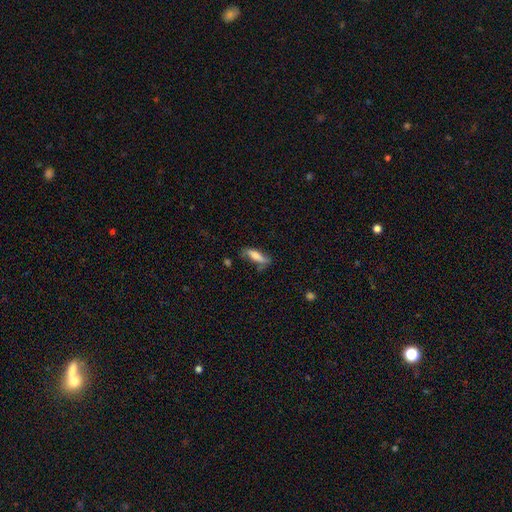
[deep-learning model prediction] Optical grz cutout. It shows a smooth galaxy with no disk features (73%) that is cigar-shaped (52%). Merging: none (57%).